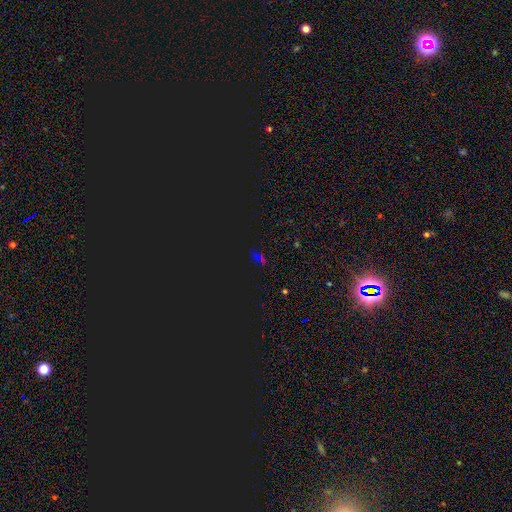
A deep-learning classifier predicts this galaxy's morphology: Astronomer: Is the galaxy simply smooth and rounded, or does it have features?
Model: star or artifact — 66%.